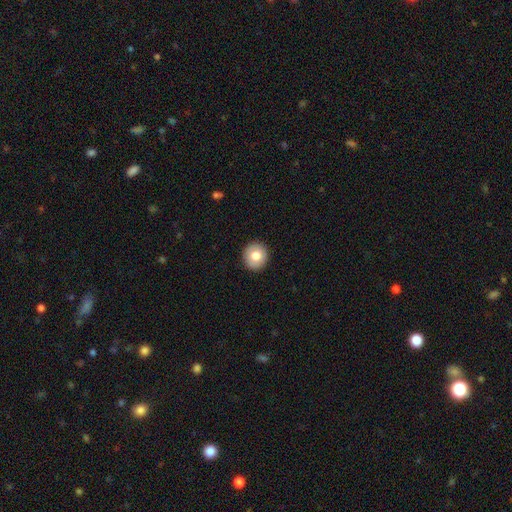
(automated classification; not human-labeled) Q: Smooth or featured?
A: smooth (77%); runner-up: featured or disk (15%)
Q: How rounded?
A: round (89%); runner-up: in between (11%)
Q: Merging?
A: none (92%); runner-up: minor disturbance (6%)